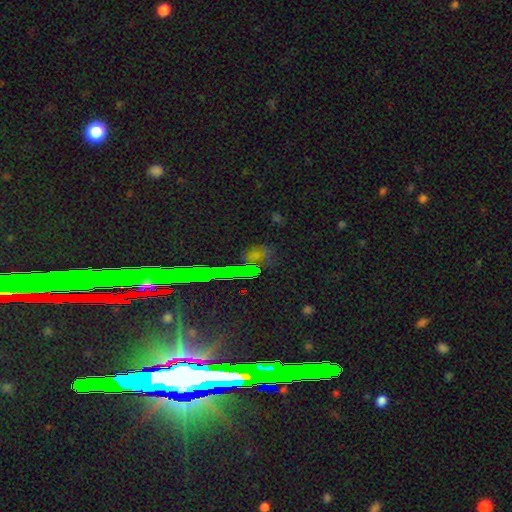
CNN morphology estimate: Overall: star or artifact (70%).